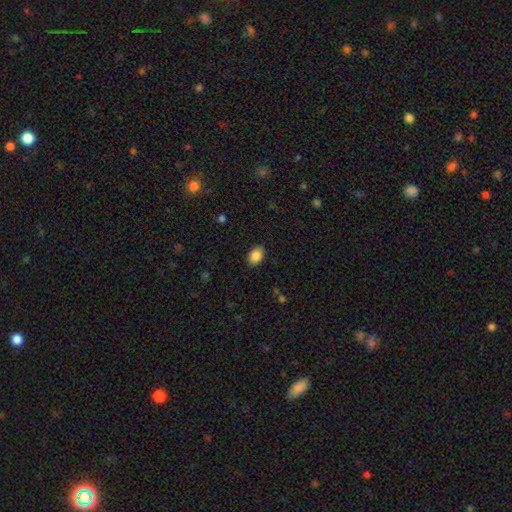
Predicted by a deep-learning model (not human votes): This appears to be a smooth galaxy with no disk features (87%) that is in between round and cigar-shaped (84%). Merging: none (87%).